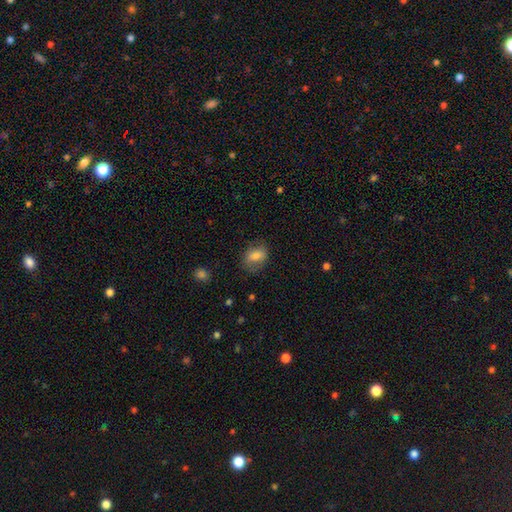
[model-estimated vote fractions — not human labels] Q: Smooth or featured?
A: smooth (73%); runner-up: featured or disk (19%)
Q: How rounded?
A: in between (67%); runner-up: round (32%)
Q: Merging?
A: none (71%); runner-up: minor disturbance (20%)